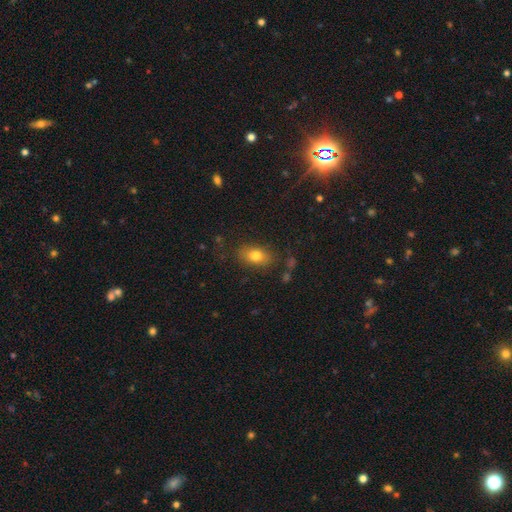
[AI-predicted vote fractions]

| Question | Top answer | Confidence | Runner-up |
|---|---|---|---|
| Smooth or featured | smooth | 78% | featured or disk (12%) |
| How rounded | in between | 82% | round (15%) |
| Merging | none | 81% | minor disturbance (13%) |